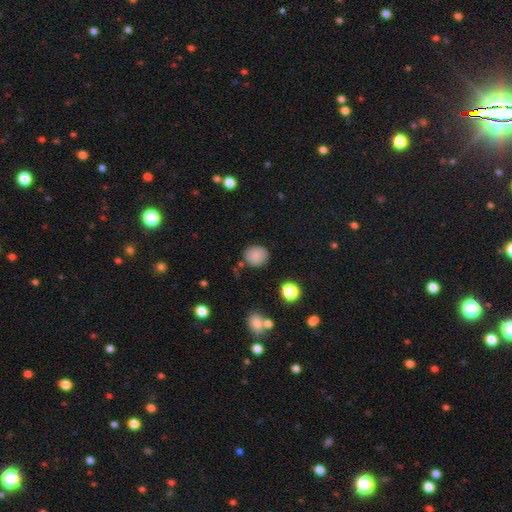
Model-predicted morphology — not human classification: Smooth or featured? smooth (80%)
How rounded? round (84%)
Merging? none (82%)